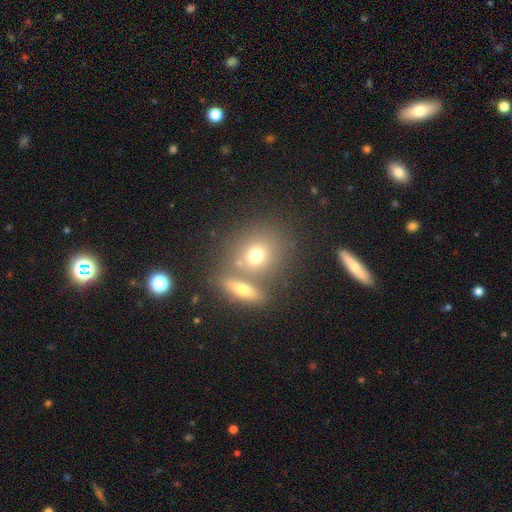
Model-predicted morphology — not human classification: type=smooth (71%); roundness=round (68%); merging=none (55%).